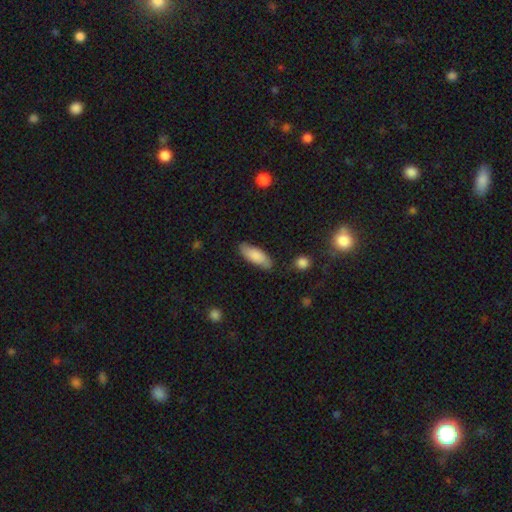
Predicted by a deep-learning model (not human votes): A smooth galaxy with no disk features (81%) that is in between round and cigar-shaped (73%).

Vote fractions:
- Smooth or featured? smooth: 81% / featured or disk: 13% / star or artifact: 6%
- How rounded? in between: 73% / cigar-shaped: 25% / round: 2%
- Merging? none: 80% / minor disturbance: 15% / major disturbance: 3% / merger: 2%